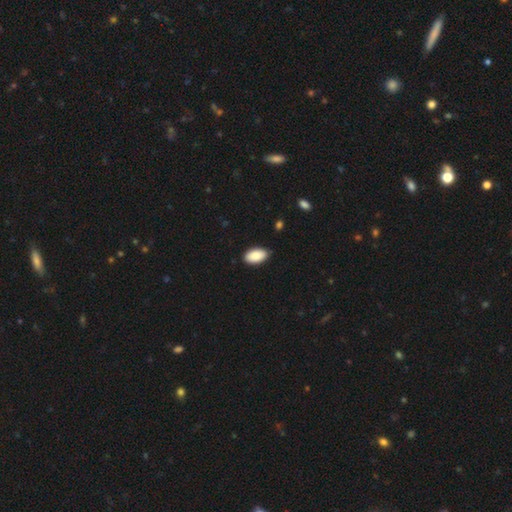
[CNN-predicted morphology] type=smooth (89%); roundness=in between (95%); merging=none (84%).